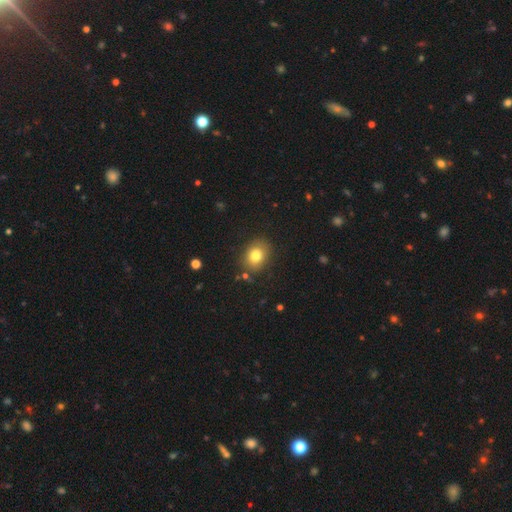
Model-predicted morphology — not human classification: Q: Smooth or featured?
A: smooth (80%); runner-up: star or artifact (11%)
Q: How rounded?
A: round (52%); runner-up: in between (47%)
Q: Merging?
A: none (84%); runner-up: minor disturbance (10%)